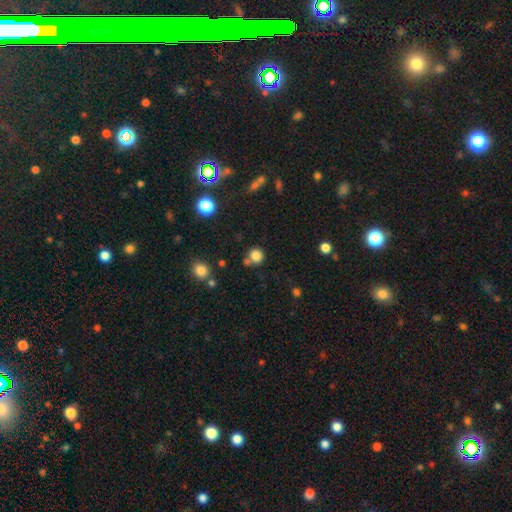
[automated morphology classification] smooth_or_featured: smooth (p=0.81) [alt: star or artifact p=0.13]
how_rounded: round (p=0.91) [alt: in between p=0.08]
merging: none (p=0.69) [alt: merger p=0.17]